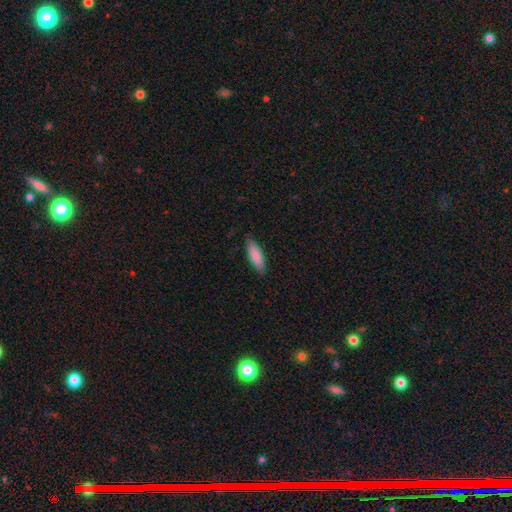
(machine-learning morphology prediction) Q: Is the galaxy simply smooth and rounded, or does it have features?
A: smooth — 85%.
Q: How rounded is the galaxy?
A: in between — 55%.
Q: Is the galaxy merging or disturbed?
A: none — 84%.